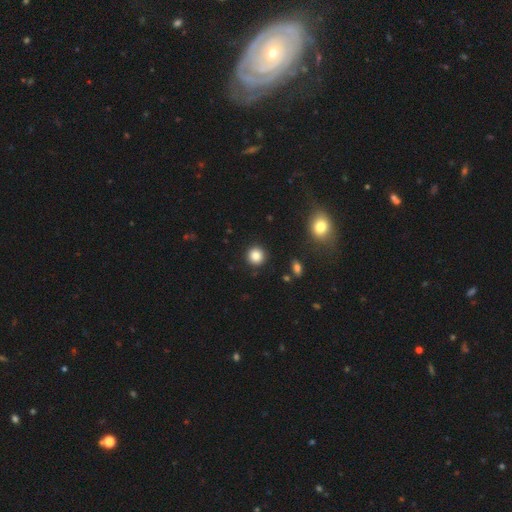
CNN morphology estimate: The model was most divided on "smooth or featured": smooth: 85%, star or artifact: 11%, featured or disk: 4%. More confident: how rounded — round (93%); merging — none (92%).